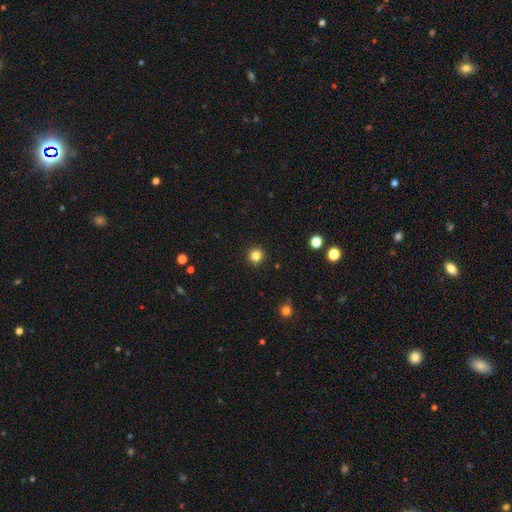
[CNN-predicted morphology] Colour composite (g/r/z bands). It shows a smooth galaxy with no disk features (83%) that is round (96%). Merging: none (93%).